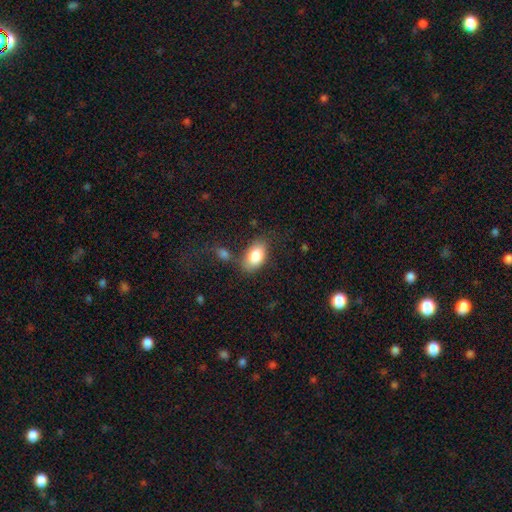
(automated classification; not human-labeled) Q: Smooth or featured?
A: smooth (84%); runner-up: featured or disk (9%)
Q: How rounded?
A: in between (92%); runner-up: round (6%)
Q: Merging?
A: none (68%); runner-up: minor disturbance (17%)